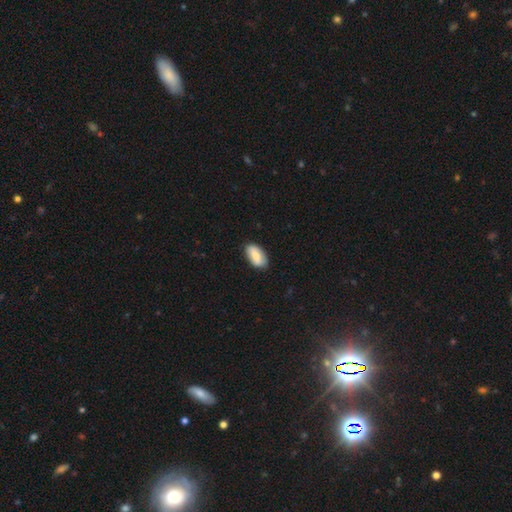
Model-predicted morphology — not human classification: Smooth or featured? smooth (73%)
How rounded? in between (92%)
Merging? none (83%)